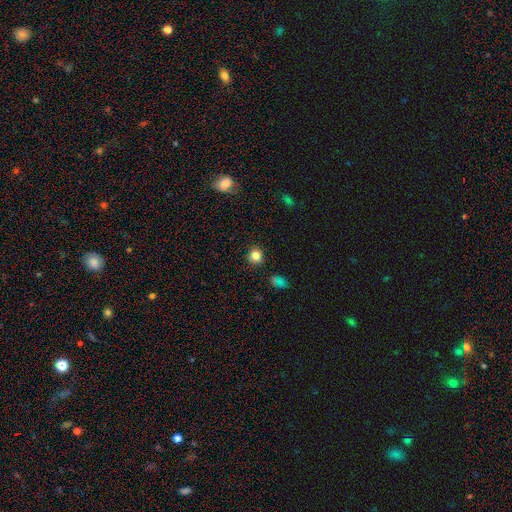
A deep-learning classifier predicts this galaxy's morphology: Smooth or featured: smooth — 81% (star or artifact — 12%)
How rounded: round — 90% (in between — 9%)
Merging: none — 90% (minor disturbance — 7%)